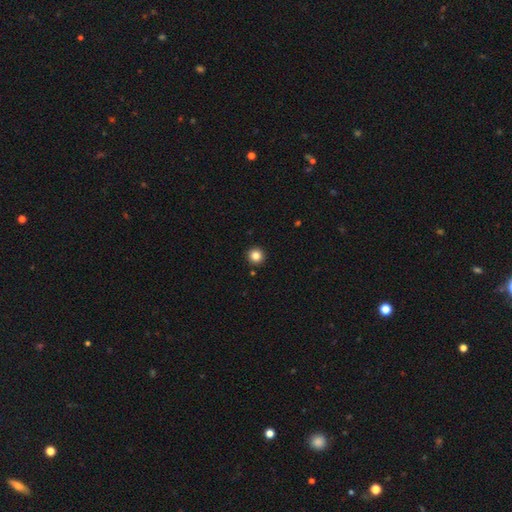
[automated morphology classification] smooth 84%, star or artifact 11%, featured or disk 5%. Down the decision tree: how rounded — round (95%); merging — none (93%).